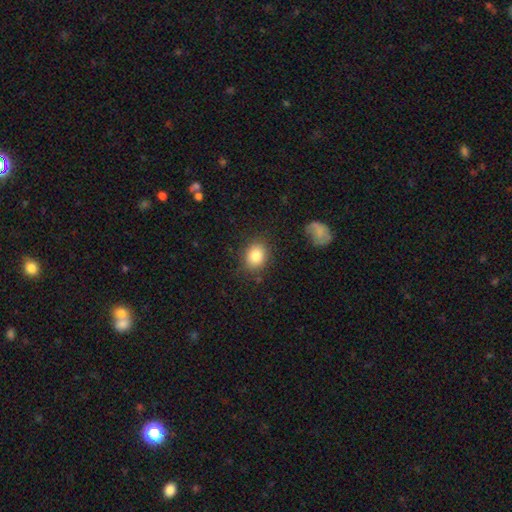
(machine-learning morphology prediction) Smooth or featured?
  - smooth: 84% *
  - star or artifact: 9%
  - featured or disk: 7%
How rounded?
  - round: 54% *
  - in between: 45%
  - cigar-shaped: 1%
Merging?
  - none: 83% *
  - minor disturbance: 12%
  - major disturbance: 3%
  - merger: 2%